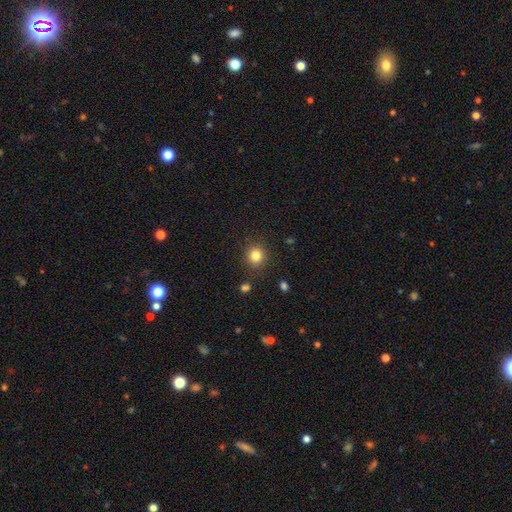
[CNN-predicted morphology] smooth-or-featured: smooth: 83% | star or artifact: 12% | featured or disk: 5%
  how-rounded: round: 89% | in between: 10% | cigar-shaped: 1%
  merging: none: 87% | minor disturbance: 8% | major disturbance: 3% | merger: 2%